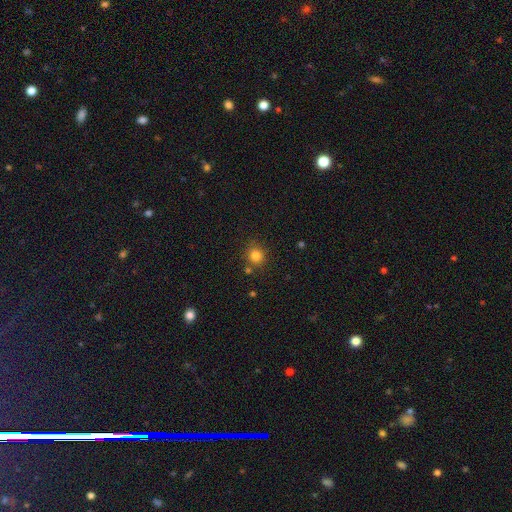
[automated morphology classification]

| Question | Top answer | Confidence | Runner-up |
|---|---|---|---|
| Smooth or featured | smooth | 82% | star or artifact (13%) |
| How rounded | round | 88% | in between (11%) |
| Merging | none | 81% | minor disturbance (10%) |